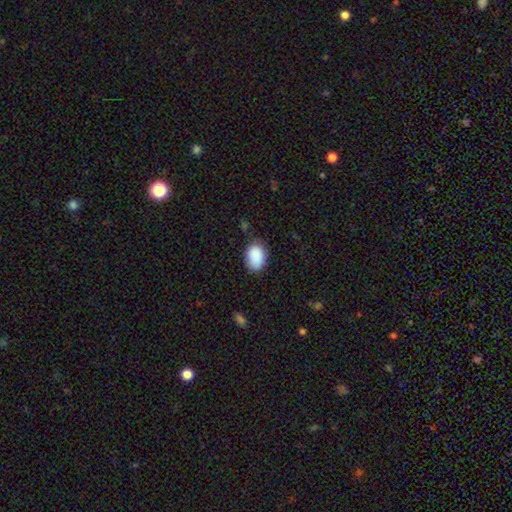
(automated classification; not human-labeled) Smooth or featured? Predicted: smooth (p=0.89). How rounded? Predicted: in between (p=0.83). Merging? Predicted: none (p=0.75).